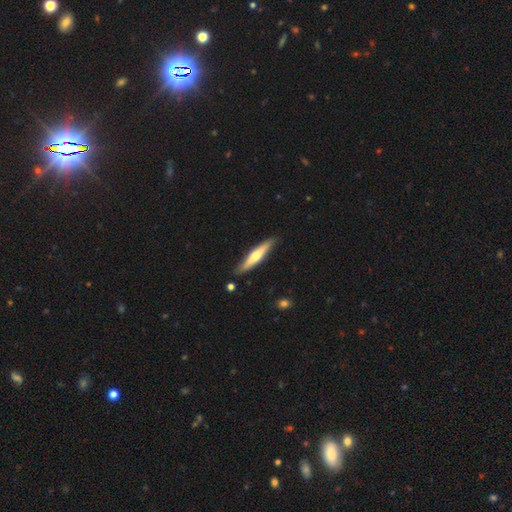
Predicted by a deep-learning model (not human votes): Overall: featured or disk (48%; smooth 47%). Merging: none (86%).